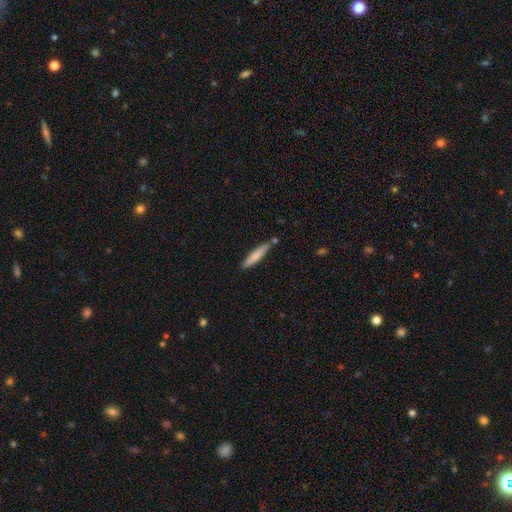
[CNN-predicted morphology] Smooth or featured? smooth (75%)
How rounded? cigar-shaped (90%)
Merging? none (78%)